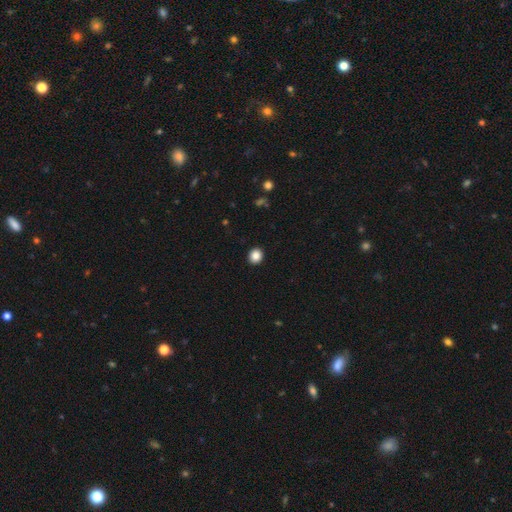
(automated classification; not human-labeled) smooth 87%, star or artifact 10%, featured or disk 3%. Down the decision tree: how rounded — round (84%); merging — none (93%).